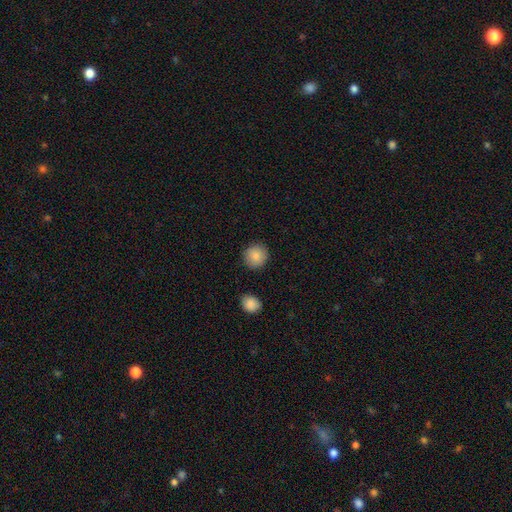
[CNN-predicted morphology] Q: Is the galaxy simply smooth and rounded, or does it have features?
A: smooth — 88%.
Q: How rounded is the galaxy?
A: round — 91%.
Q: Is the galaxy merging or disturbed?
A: none — 89%.